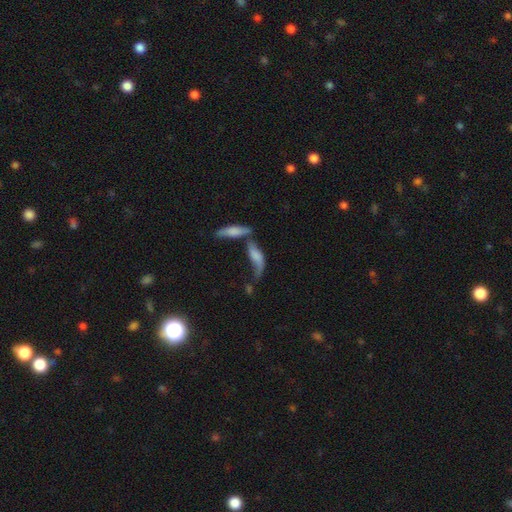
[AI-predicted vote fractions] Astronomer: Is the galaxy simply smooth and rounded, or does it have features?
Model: smooth — 45% (runner-up: featured or disk, 44%).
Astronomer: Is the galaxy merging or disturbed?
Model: merger — 40% (runner-up: none, 28%).